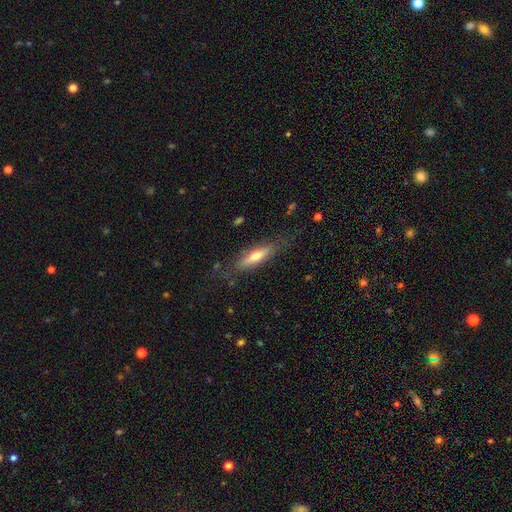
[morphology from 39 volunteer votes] Smooth or featured? featured or disk (49%)
Edge-on disk? yes (74%)
Edge-on bulge? rounded (93%)
Merging? none (72%)